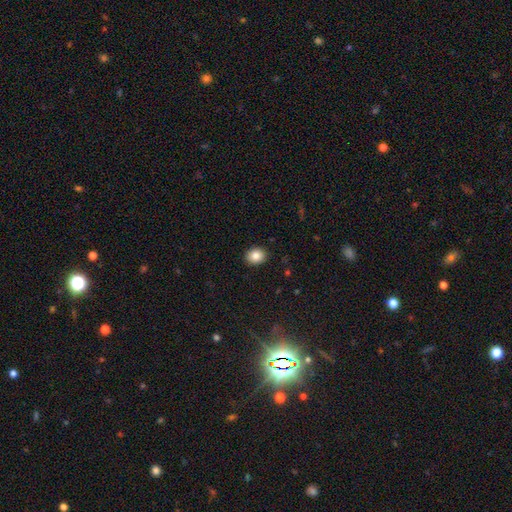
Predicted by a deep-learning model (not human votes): Overall: smooth (84%). How rounded: round (56%; in between 43%). Merging: none (91%).